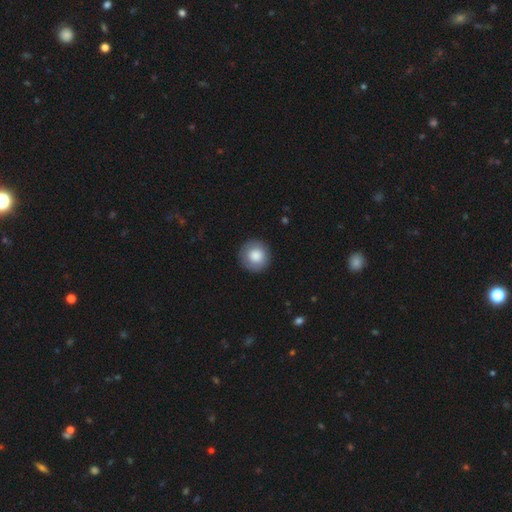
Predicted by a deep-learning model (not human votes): Smooth or featured?
  - smooth: 82% *
  - featured or disk: 11%
  - star or artifact: 7%
How rounded?
  - round: 95% *
  - in between: 4%
  - cigar-shaped: 1%
Merging?
  - none: 89% *
  - minor disturbance: 8%
  - major disturbance: 2%
  - merger: 1%